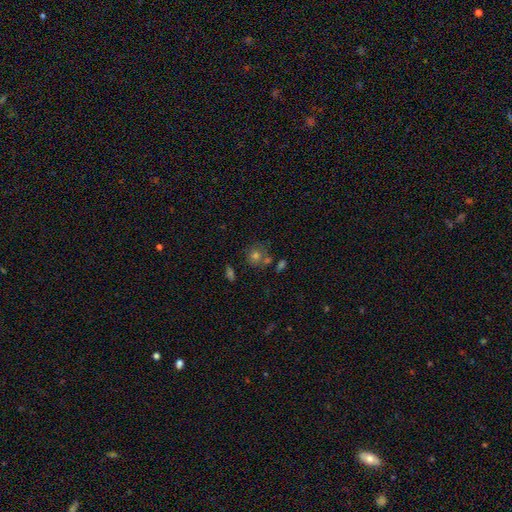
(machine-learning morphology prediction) The model was most divided on "smooth or featured": smooth: 63%, star or artifact: 20%, featured or disk: 17%. More confident: how rounded — round (85%); merging — none (64%).